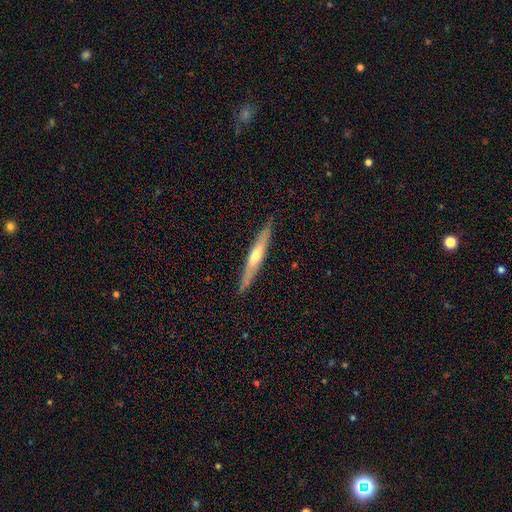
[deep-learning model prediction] A featured or disk galaxy (57%) viewed edge-on (91%) with a rounded central bulge (73%).

Vote fractions:
- Smooth or featured? featured or disk: 57% / smooth: 37% / star or artifact: 6%
- Edge-on disk? yes: 91% / no: 9%
- Edge-on bulge? rounded: 73% / none: 24% / boxy: 4%
- Merging? none: 87% / minor disturbance: 10% / major disturbance: 2% / merger: 1%